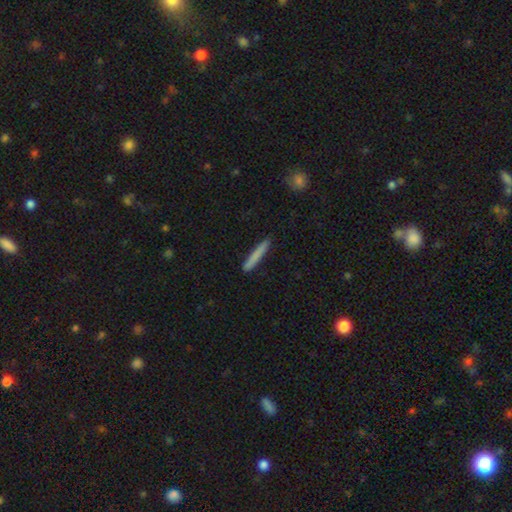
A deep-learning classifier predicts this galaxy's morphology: type=smooth (78%); roundness=cigar-shaped (96%); merging=none (90%).